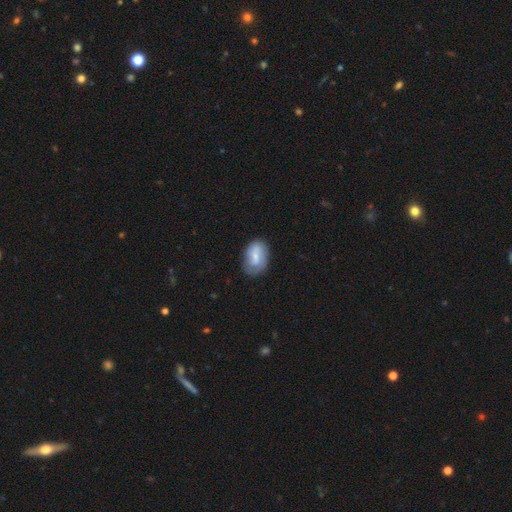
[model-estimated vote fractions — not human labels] smooth_or_featured: smooth (p=0.56) [alt: featured or disk p=0.37]
how_rounded: in between (p=0.86) [alt: round p=0.12]
merging: none (p=0.68) [alt: minor disturbance p=0.23]